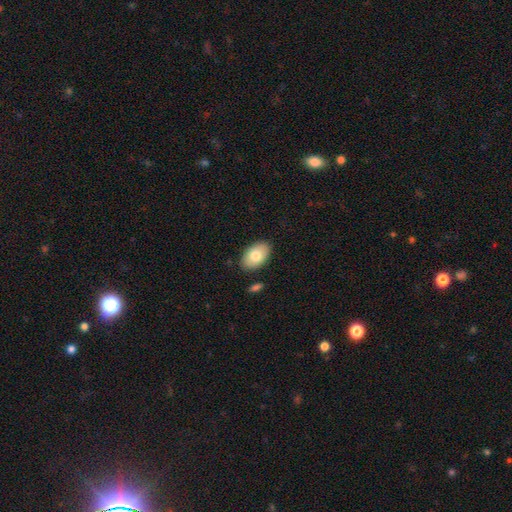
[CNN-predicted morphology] Smooth or featured? smooth (78%)
How rounded? in between (92%)
Merging? none (86%)